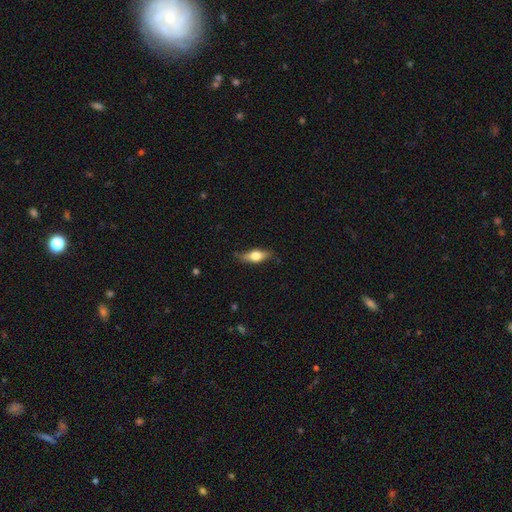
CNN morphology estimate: This appears to be a smooth galaxy with no disk features (59%) that is in between round and cigar-shaped (64%). Merging: none (81%).